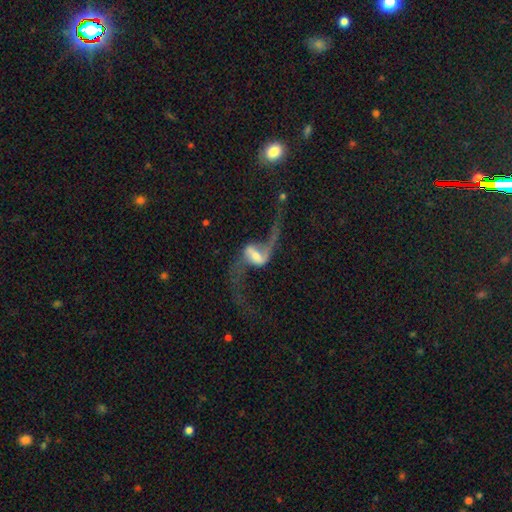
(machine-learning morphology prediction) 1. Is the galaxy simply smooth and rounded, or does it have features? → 87% featured or disk, 7% smooth, 6% star or artifact.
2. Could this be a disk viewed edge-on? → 95% no, 5% yes.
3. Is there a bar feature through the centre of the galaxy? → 43% strong, 41% weak, 16% no.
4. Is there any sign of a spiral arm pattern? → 94% yes, 6% no.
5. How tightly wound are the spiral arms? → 93% loose, 5% medium, 2% tight.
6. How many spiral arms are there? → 92% 2, 3% 1, 1% can't tell, 1% 3, 1% 4, 1% more than 4.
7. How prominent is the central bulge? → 39% moderate, 27% small, 17% large, 12% none, 4% dominant.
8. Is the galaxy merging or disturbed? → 49% none, 29% major disturbance, 13% minor disturbance, 8% merger.